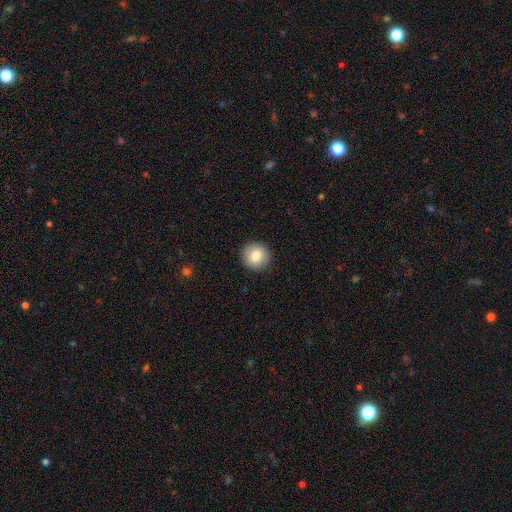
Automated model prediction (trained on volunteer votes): smooth-or-featured: smooth: 83% | featured or disk: 8% | star or artifact: 8%
  how-rounded: round: 94% | in between: 5% | cigar-shaped: 1%
  merging: none: 92% | minor disturbance: 5% | major disturbance: 2% | merger: 1%